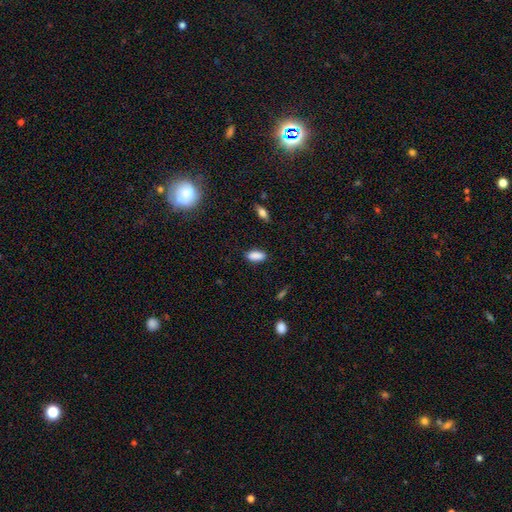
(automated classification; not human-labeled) A smooth galaxy with no disk features (87%) that is in between round and cigar-shaped (83%). Merging: none (84%).